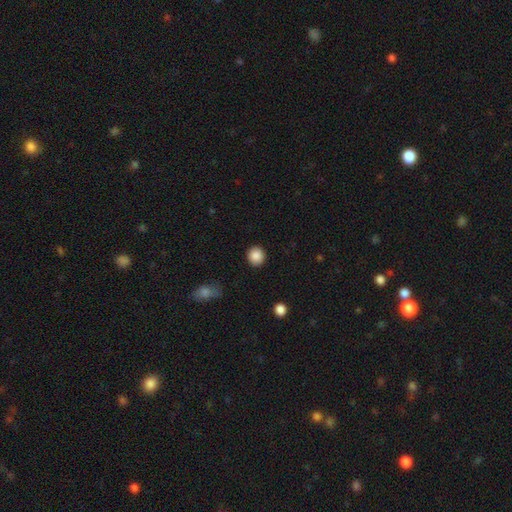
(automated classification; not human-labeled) A smooth galaxy with no disk features (88%) that is round (88%).

Vote fractions:
- Smooth or featured? smooth: 88% / star or artifact: 9% / featured or disk: 4%
- How rounded? round: 88% / in between: 11% / cigar-shaped: 1%
- Merging? none: 90% / minor disturbance: 6% / major disturbance: 2% / merger: 1%